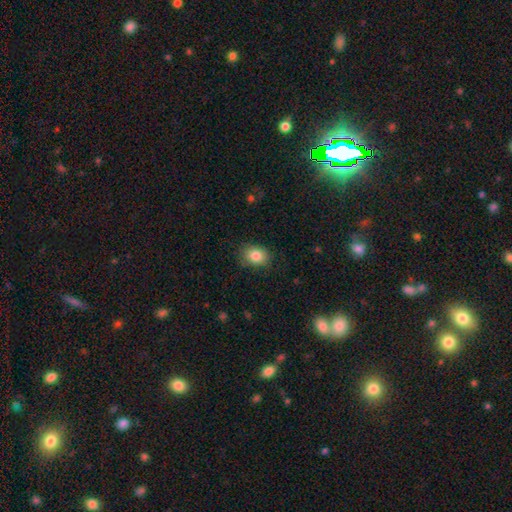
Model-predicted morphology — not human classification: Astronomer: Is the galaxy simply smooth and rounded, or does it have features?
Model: smooth — 84%.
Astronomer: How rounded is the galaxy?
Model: in between — 58% (runner-up: round, 41%).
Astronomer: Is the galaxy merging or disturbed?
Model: none — 82%.